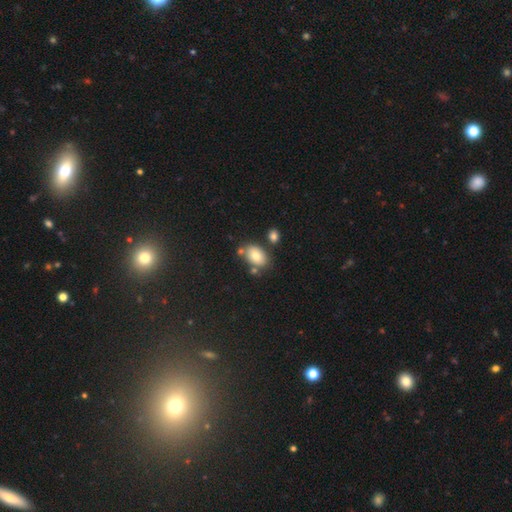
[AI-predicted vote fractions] Smooth or featured? Predicted: smooth (p=0.78). How rounded? Predicted: in between (p=0.87). Merging? Predicted: none (p=0.68).